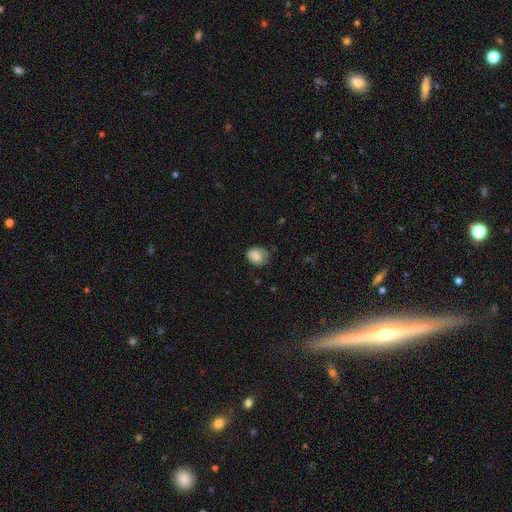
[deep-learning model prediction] A smooth galaxy with no disk features (81%) that is round (55%).

Vote fractions:
- Smooth or featured? smooth: 81% / featured or disk: 10% / star or artifact: 8%
- How rounded? round: 55% / in between: 44% / cigar-shaped: 1%
- Merging? none: 58% / minor disturbance: 32% / major disturbance: 9% / merger: 1%